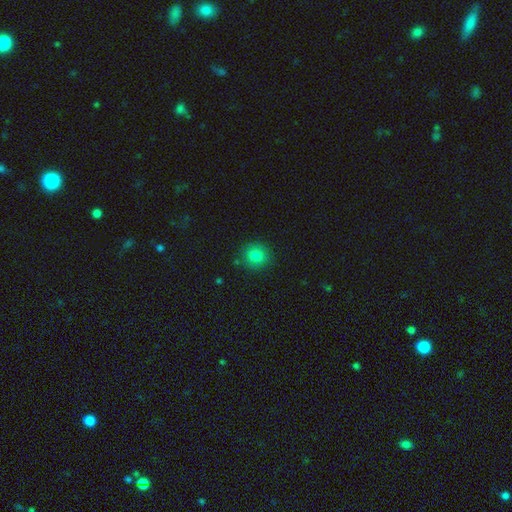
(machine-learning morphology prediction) smooth_or_featured: smooth (p=0.82) [alt: star or artifact p=0.11]
how_rounded: round (p=0.86) [alt: in between p=0.13]
merging: none (p=0.87) [alt: minor disturbance p=0.09]